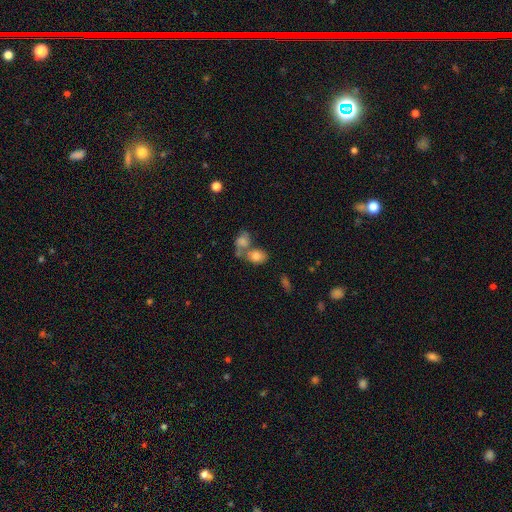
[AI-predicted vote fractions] smooth_or_featured: smooth (p=0.75) [alt: featured or disk p=0.15]
how_rounded: in between (p=0.67) [alt: round p=0.31]
merging: merger (p=0.54) [alt: none p=0.29]